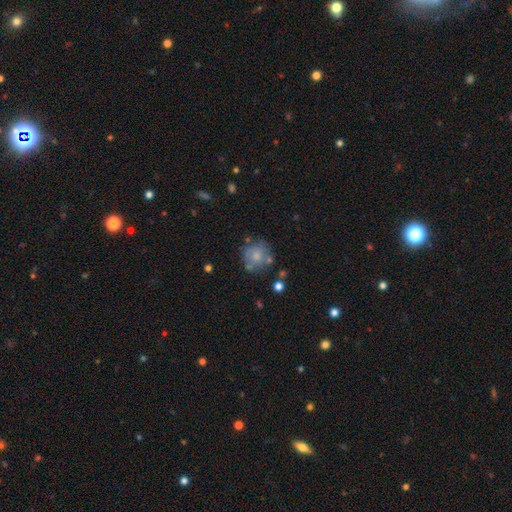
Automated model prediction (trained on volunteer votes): smooth-or-featured: smooth: 65% | featured or disk: 27% | star or artifact: 9%
  how-rounded: round: 84% | in between: 15% | cigar-shaped: 1%
  merging: none: 61% | minor disturbance: 21% | merger: 10% | major disturbance: 9%